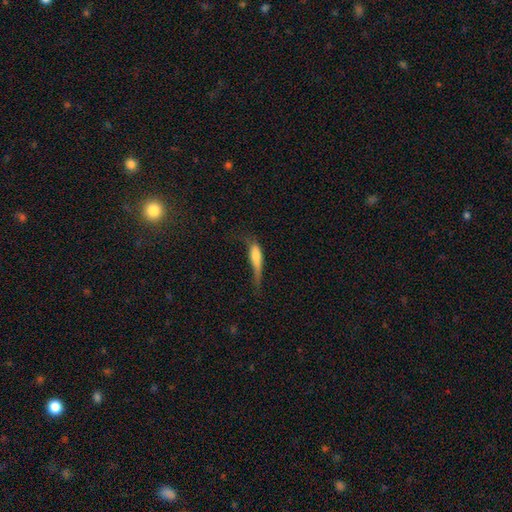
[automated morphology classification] Smooth or featured?
  - smooth: 64% *
  - featured or disk: 28%
  - star or artifact: 8%
How rounded?
  - cigar-shaped: 64% *
  - in between: 33%
  - round: 3%
Merging?
  - major disturbance: 36% *
  - minor disturbance: 33%
  - none: 27%
  - merger: 4%